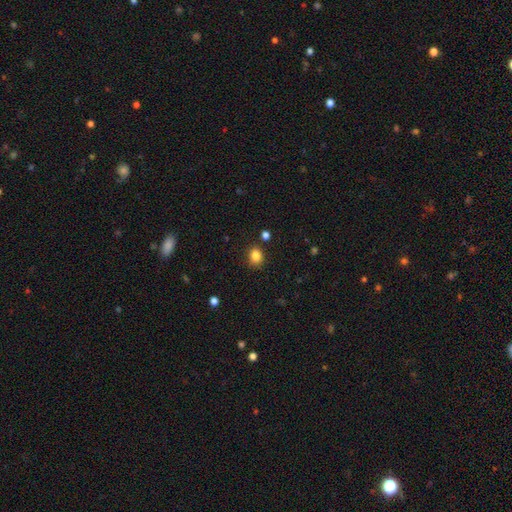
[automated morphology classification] Smooth or featured: smooth — 84% (star or artifact — 11%)
How rounded: round — 58% (in between — 41%)
Merging: none — 84% (minor disturbance — 10%)